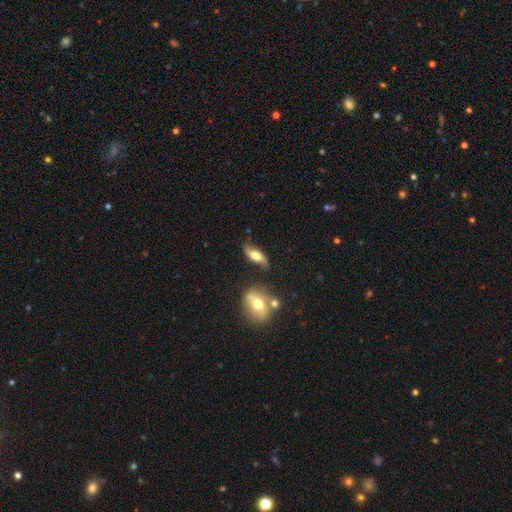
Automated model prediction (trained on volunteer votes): This appears to be a featured or disk galaxy (47%). Merging: none (68%).